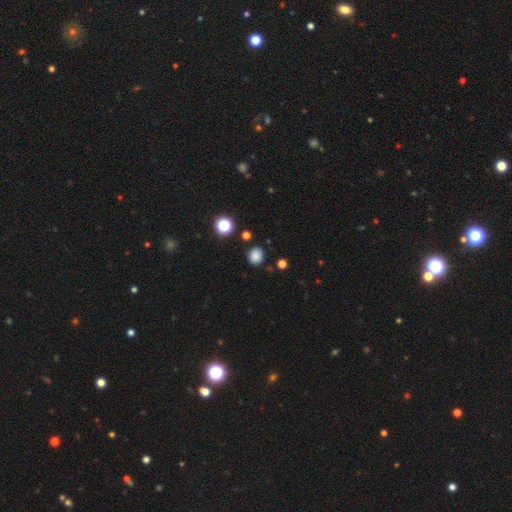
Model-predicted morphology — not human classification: smooth-or-featured: smooth: 83% | star or artifact: 13% | featured or disk: 4%
  how-rounded: round: 68% | in between: 31% | cigar-shaped: 1%
  merging: none: 85% | minor disturbance: 10% | major disturbance: 3% | merger: 2%